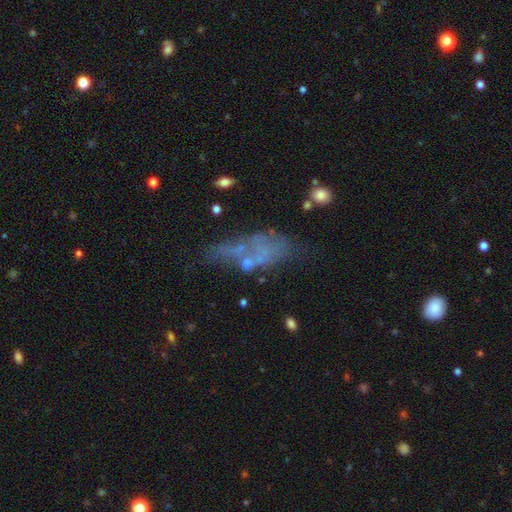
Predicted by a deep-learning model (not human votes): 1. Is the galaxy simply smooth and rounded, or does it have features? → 50% featured or disk, 33% smooth, 17% star or artifact.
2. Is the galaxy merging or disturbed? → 35% none, 29% major disturbance, 21% minor disturbance, 15% merger.